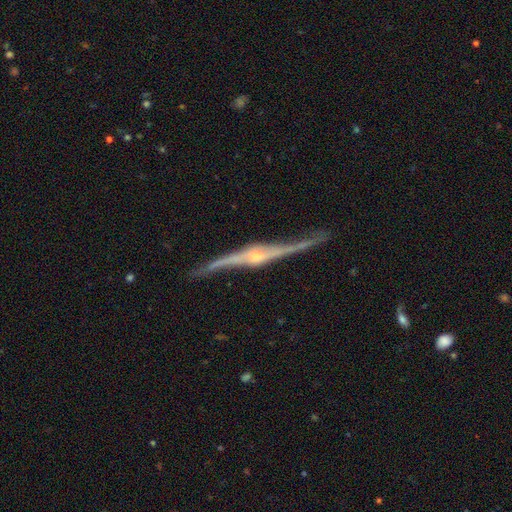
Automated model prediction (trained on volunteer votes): A featured or disk galaxy (91%) viewed edge-on (85%) with a rounded central bulge (82%).

Vote fractions:
- Smooth or featured? featured or disk: 91% / star or artifact: 5% / smooth: 5%
- Edge-on disk? yes: 85% / no: 15%
- Edge-on bulge? rounded: 82% / boxy: 12% / none: 6%
- Merging? none: 75% / minor disturbance: 17% / major disturbance: 5% / merger: 2%